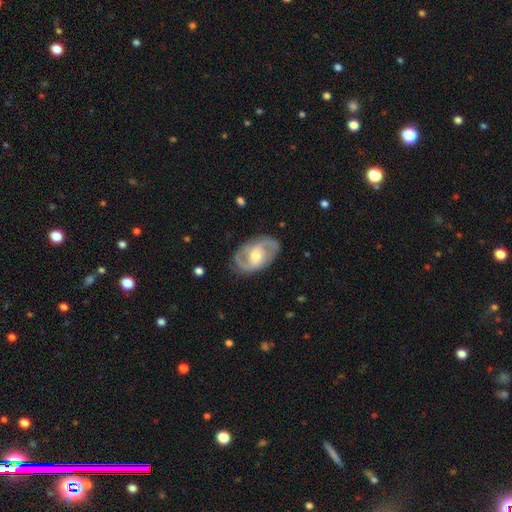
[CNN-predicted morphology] smooth-or-featured: featured or disk: 82% | smooth: 13% | star or artifact: 5%
  disk-edge-on: no: 96% | yes: 4%
    bar: weak: 47% | no: 34% | strong: 19%
    has-spiral-arms: yes: 91% | no: 9%
      spiral-winding: medium: 52% | tight: 26% | loose: 22%
      spiral-arm-count: 2: 87% | can't tell: 6% | 3: 3% | 1: 2% | 4: 1% | more than 4: 1%
    bulge-size: moderate: 64% | small: 27% | large: 7% | none: 1% | dominant: 1%
  merging: none: 81% | minor disturbance: 13% | major disturbance: 5% | merger: 1%